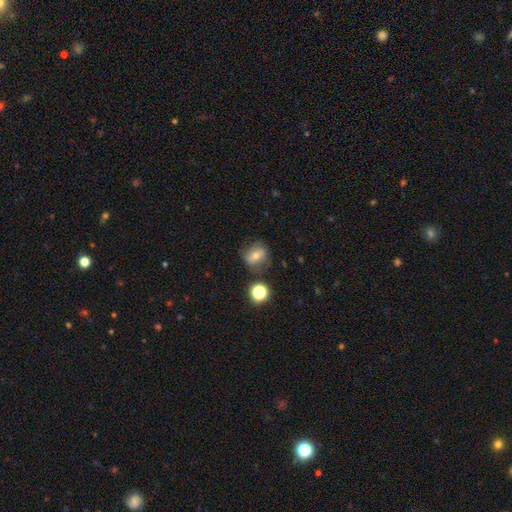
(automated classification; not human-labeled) This appears to be a smooth galaxy with no disk features (56%) that is round (70%). Merging: none (70%).